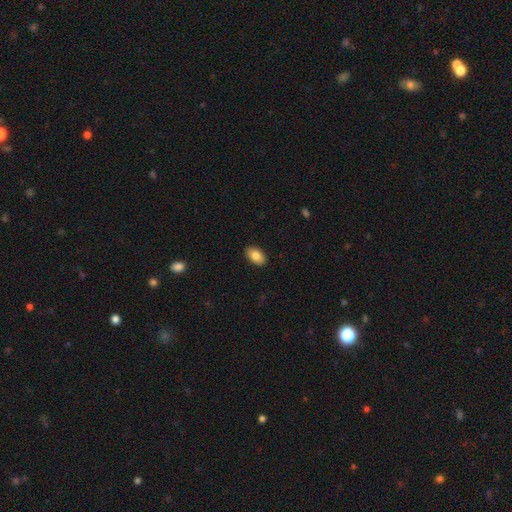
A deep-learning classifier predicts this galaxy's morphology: Smooth or featured? smooth (83%)
How rounded? in between (92%)
Merging? none (90%)